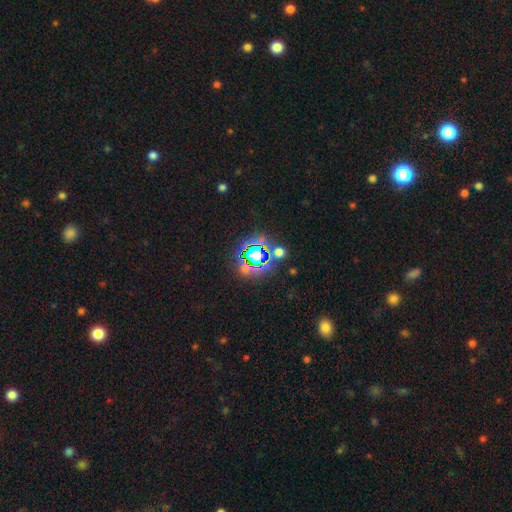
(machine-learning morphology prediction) Smooth or featured? star or artifact (62%)